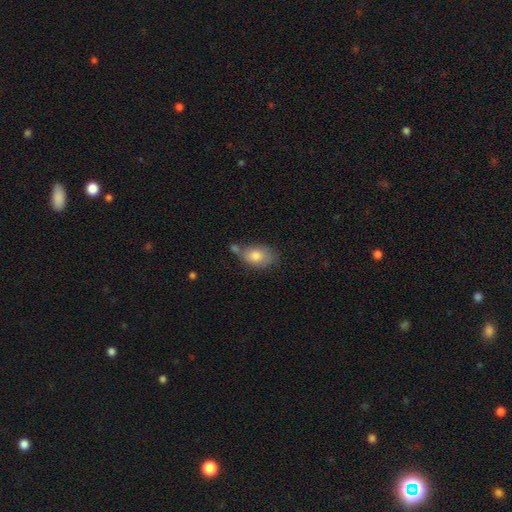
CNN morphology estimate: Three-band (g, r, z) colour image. It shows a smooth galaxy with no disk features (79%) that is in between round and cigar-shaped (84%). Merging: none (51%).